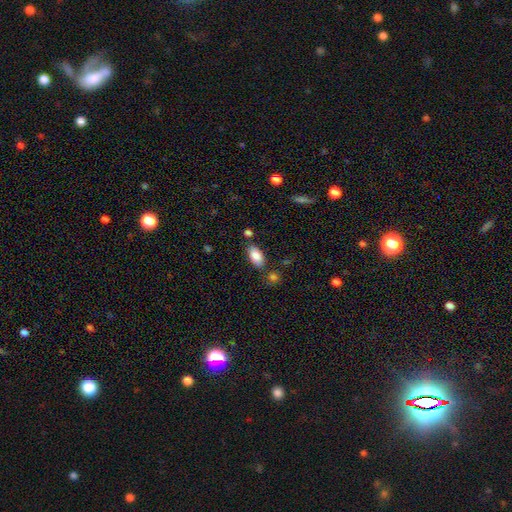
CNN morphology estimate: smooth-or-featured: smooth: 86% | featured or disk: 7% | star or artifact: 7%
  how-rounded: in between: 93% | cigar-shaped: 4% | round: 3%
  merging: none: 76% | minor disturbance: 14% | merger: 7% | major disturbance: 3%